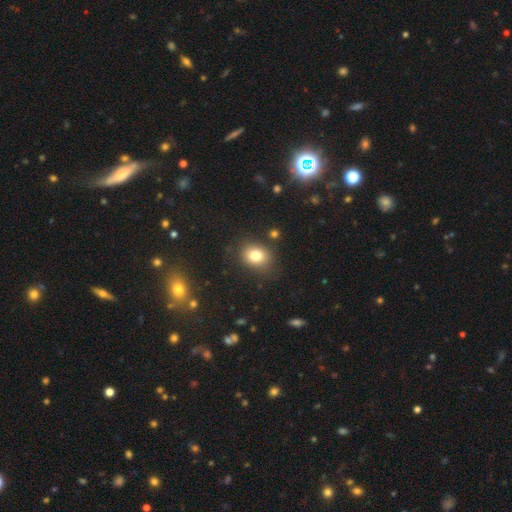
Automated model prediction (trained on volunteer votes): smooth-or-featured: smooth: 80% | star or artifact: 11% | featured or disk: 9%
  how-rounded: round: 51% | in between: 48% | cigar-shaped: 1%
  merging: none: 80% | minor disturbance: 13% | major disturbance: 4% | merger: 3%